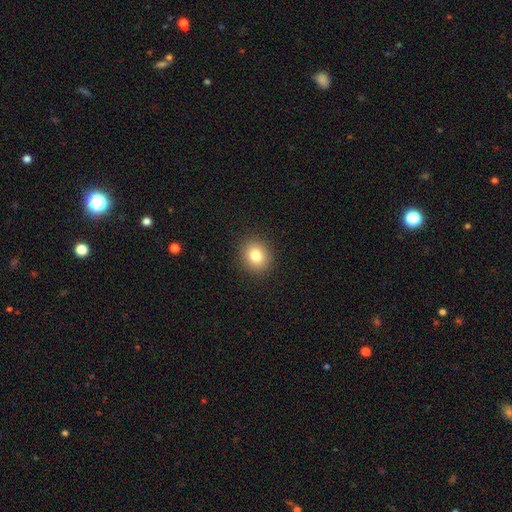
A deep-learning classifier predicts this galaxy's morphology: Smooth or featured: smooth — 81% (star or artifact — 11%)
How rounded: round — 77% (in between — 22%)
Merging: none — 91% (minor disturbance — 6%)